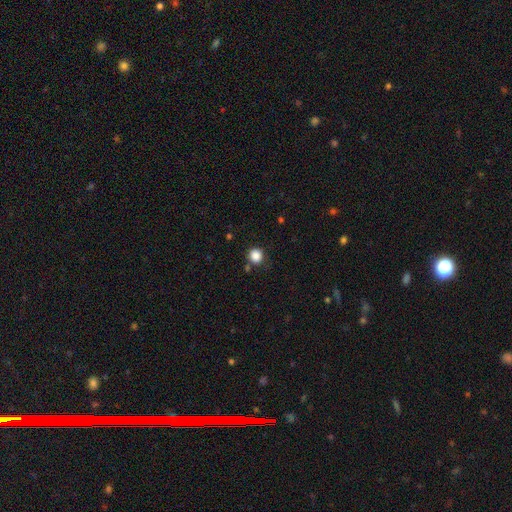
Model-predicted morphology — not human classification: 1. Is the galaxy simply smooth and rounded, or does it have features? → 86% smooth, 11% star or artifact, 3% featured or disk.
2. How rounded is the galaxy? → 87% round, 12% in between, 1% cigar-shaped.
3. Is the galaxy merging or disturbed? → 81% none, 11% minor disturbance, 4% merger, 3% major disturbance.